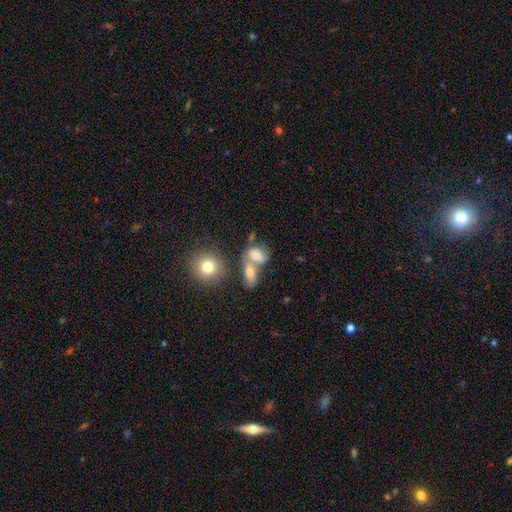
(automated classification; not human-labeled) A smooth galaxy with no disk features (69%) that is in between round and cigar-shaped (73%).

Vote fractions:
- Smooth or featured? smooth: 69% / featured or disk: 18% / star or artifact: 13%
- How rounded? in between: 73% / round: 22% / cigar-shaped: 5%
- Merging? merger: 47% / none: 35% / minor disturbance: 11% / major disturbance: 7%